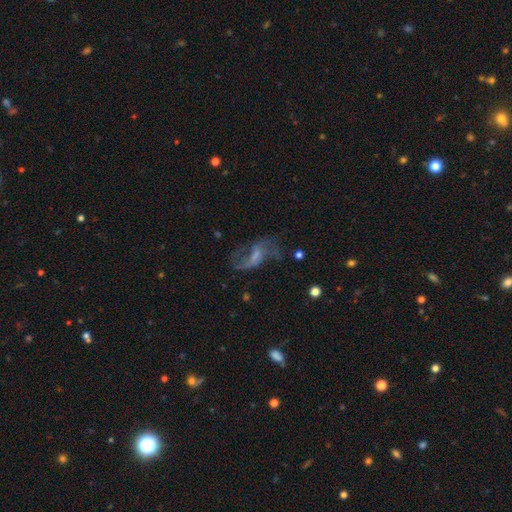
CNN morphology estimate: smooth-or-featured: featured or disk: 67% | smooth: 19% | star or artifact: 14%
  disk-edge-on: no: 94% | yes: 6%
    bar: no: 44% | weak: 42% | strong: 14%
    has-spiral-arms: yes: 79% | no: 21%
    bulge-size: small: 43% | none: 28% | moderate: 24% | large: 4% | dominant: 1%
  merging: none: 50% | major disturbance: 28% | minor disturbance: 18% | merger: 4%